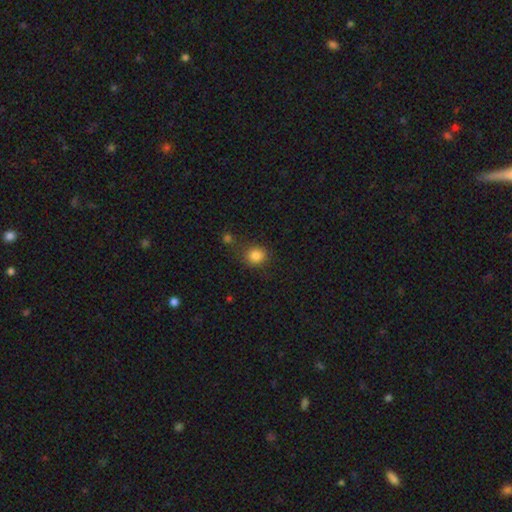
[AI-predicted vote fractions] Smooth or featured? smooth (84%)
How rounded? round (82%)
Merging? none (74%)